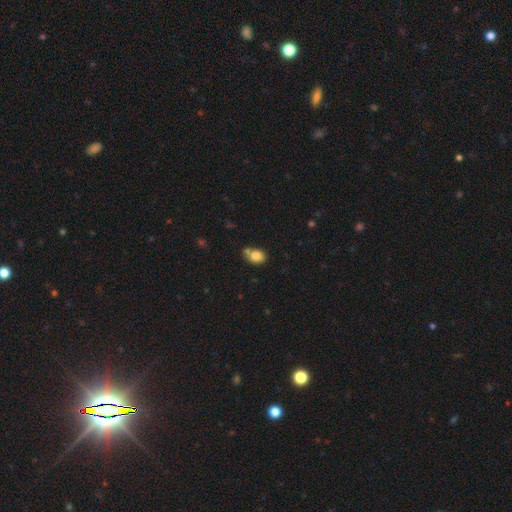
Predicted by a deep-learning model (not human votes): Overall: smooth (83%). How rounded: in between (64%; round 35%). Merging: none (54%; merger 24%).